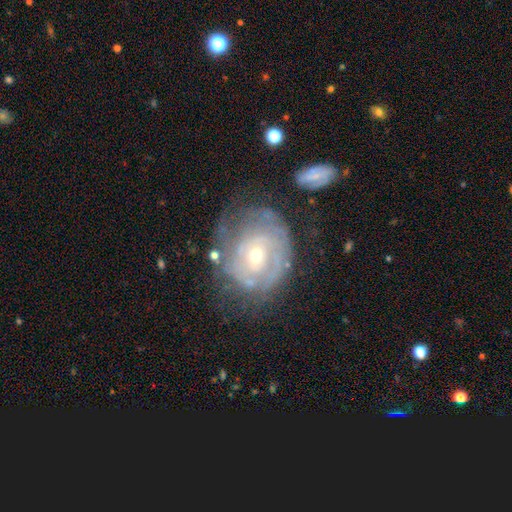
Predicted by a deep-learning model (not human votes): featured or disk 78%, smooth 14%, star or artifact 7%. Down the decision tree: edge-on disk — no (97%); bar — no (66%); spiral arms — yes (82%); spiral arm count — can't tell (51%); spiral winding — tight (71%); bulge size — small (54%); merging — none (54%).